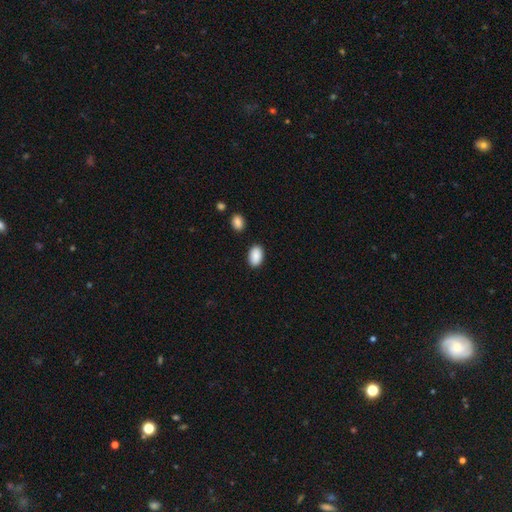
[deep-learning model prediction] Smooth or featured: smooth — 90% (star or artifact — 7%)
How rounded: in between — 91% (round — 8%)
Merging: none — 87% (minor disturbance — 8%)